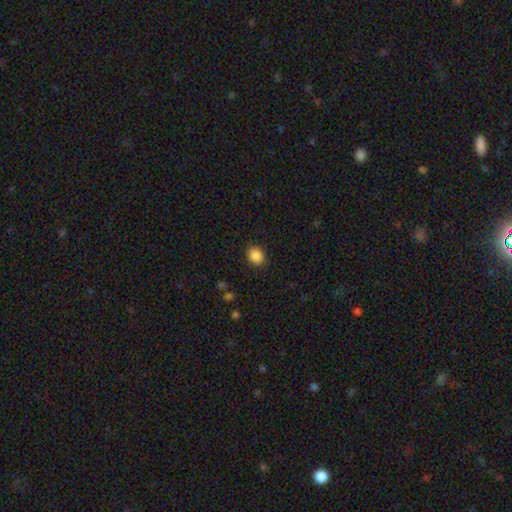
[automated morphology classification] This is clearly a smooth galaxy (88%). How rounded: possibly in between (50%). Merging: clearly none (88%).